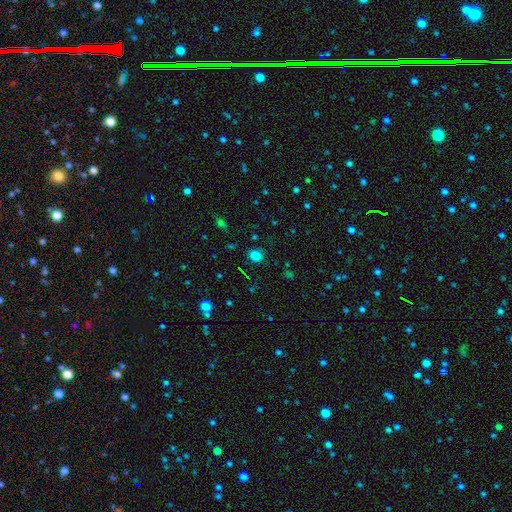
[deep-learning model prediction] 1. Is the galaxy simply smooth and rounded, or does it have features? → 78% smooth, 17% star or artifact, 5% featured or disk.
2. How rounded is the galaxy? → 68% round, 31% in between, 1% cigar-shaped.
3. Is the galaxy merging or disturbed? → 84% none, 11% minor disturbance, 3% major disturbance, 2% merger.